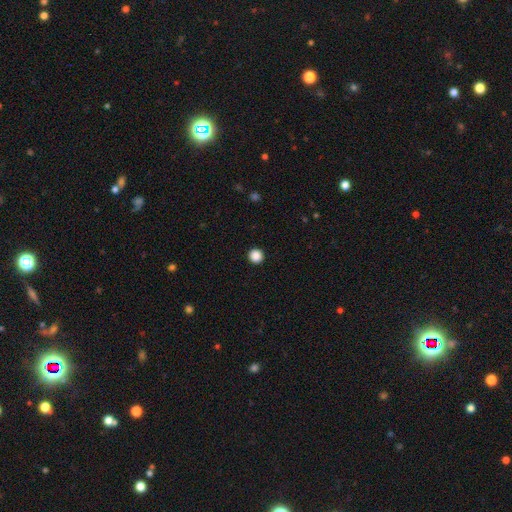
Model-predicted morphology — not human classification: smooth_or_featured: smooth (p=0.88) [alt: star or artifact p=0.10]
how_rounded: round (p=0.96) [alt: in between p=0.03]
merging: none (p=0.94) [alt: minor disturbance p=0.04]